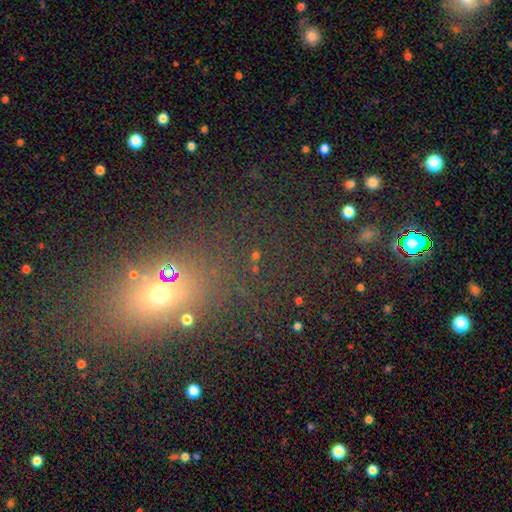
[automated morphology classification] star or artifact 53%, smooth 34%, featured or disk 13%.